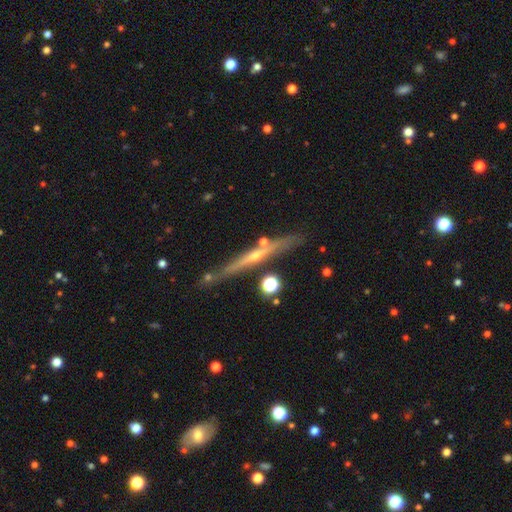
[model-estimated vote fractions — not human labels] This appears to be a featured or disk galaxy (72%) viewed edge-on (96%) with a rounded central bulge (71%). Merging: none (78%).